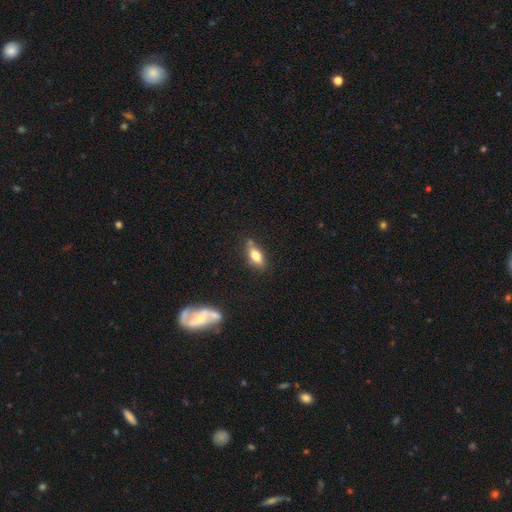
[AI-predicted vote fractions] Smooth or featured: smooth — 72% (featured or disk — 20%)
How rounded: in between — 78% (cigar-shaped — 17%)
Merging: none — 73% (minor disturbance — 18%)